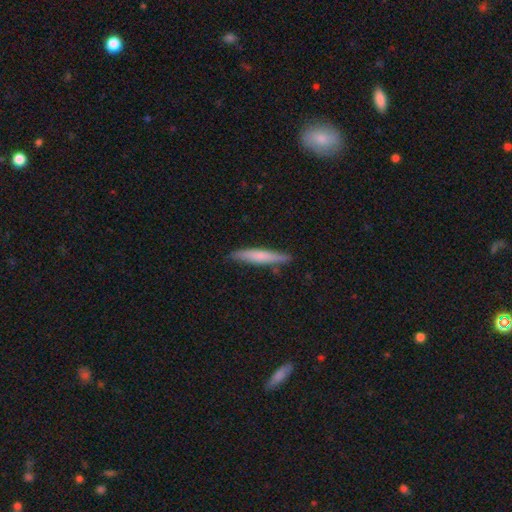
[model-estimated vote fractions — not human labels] smooth-or-featured: smooth: 63% | featured or disk: 31% | star or artifact: 6%
  how-rounded: cigar-shaped: 93% | in between: 5% | round: 1%
  merging: none: 87% | minor disturbance: 10% | major disturbance: 2% | merger: 1%